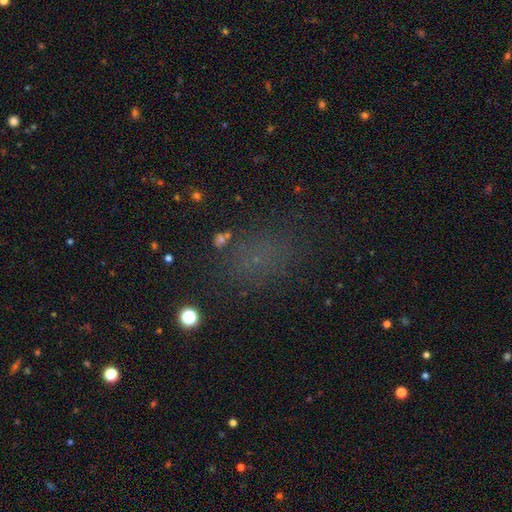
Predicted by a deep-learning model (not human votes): smooth_or_featured: smooth (p=0.54) [alt: star or artifact p=0.38]
how_rounded: in between (p=0.67) [alt: round p=0.29]
merging: none (p=0.75) [alt: minor disturbance p=0.14]